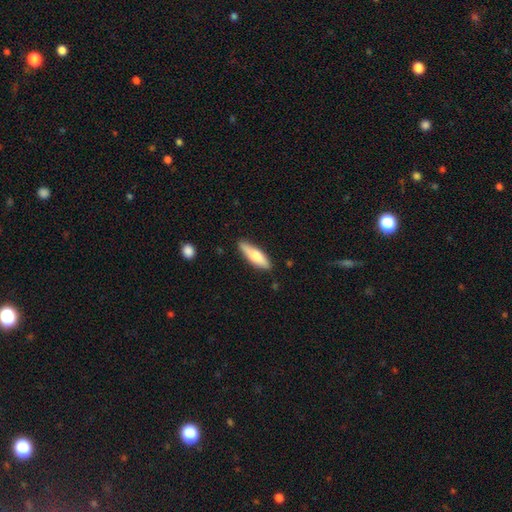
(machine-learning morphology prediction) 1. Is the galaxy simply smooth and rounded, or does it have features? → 67% smooth, 28% featured or disk, 5% star or artifact.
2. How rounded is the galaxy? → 60% cigar-shaped, 38% in between, 2% round.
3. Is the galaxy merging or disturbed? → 83% none, 13% minor disturbance, 2% major disturbance, 2% merger.